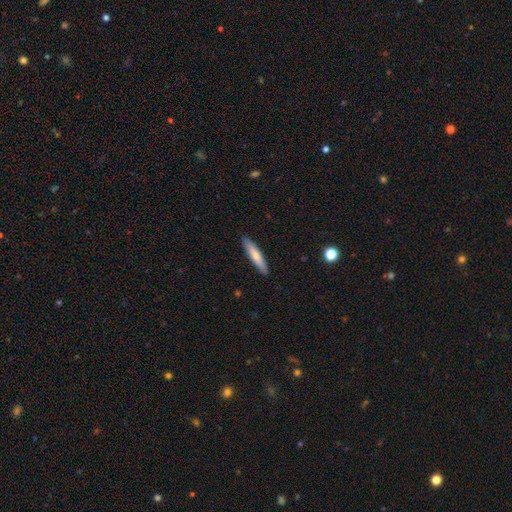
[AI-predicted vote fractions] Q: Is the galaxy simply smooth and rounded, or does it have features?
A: smooth — 72%.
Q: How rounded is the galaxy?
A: cigar-shaped — 86%.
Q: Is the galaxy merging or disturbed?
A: none — 90%.